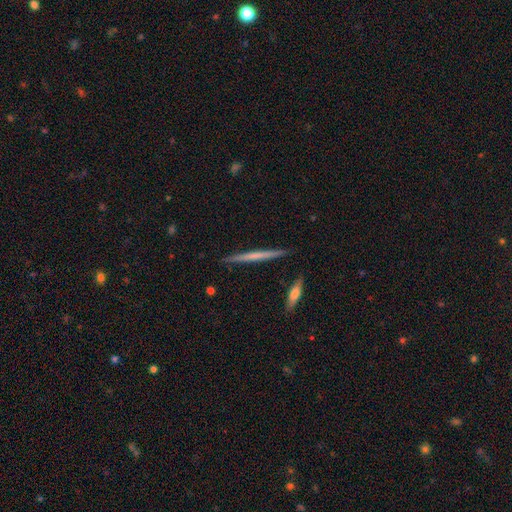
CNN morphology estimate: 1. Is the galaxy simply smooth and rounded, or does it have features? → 50% featured or disk, 45% smooth, 5% star or artifact.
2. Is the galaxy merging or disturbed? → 90% none, 7% minor disturbance, 2% merger, 1% major disturbance.